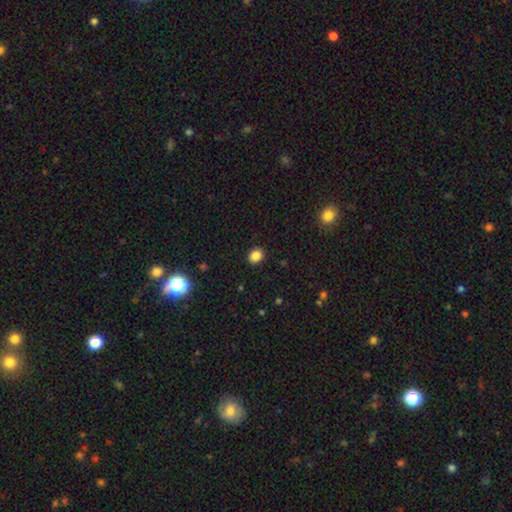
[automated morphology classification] This is clearly a smooth galaxy (85%). How rounded: likely round (65%). Merging: clearly none (90%).